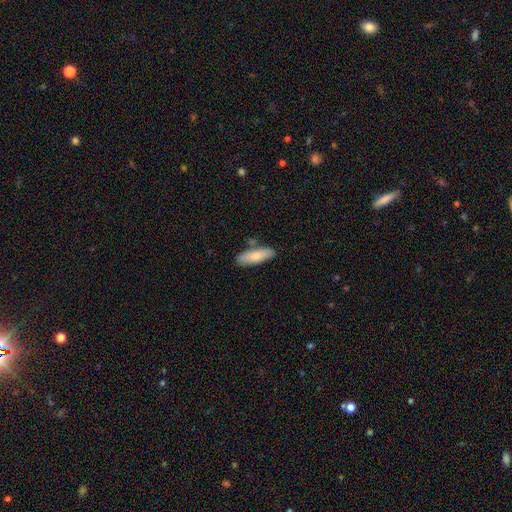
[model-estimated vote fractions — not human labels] Smooth or featured? smooth (79%)
How rounded? in between (52%)
Merging? none (78%)